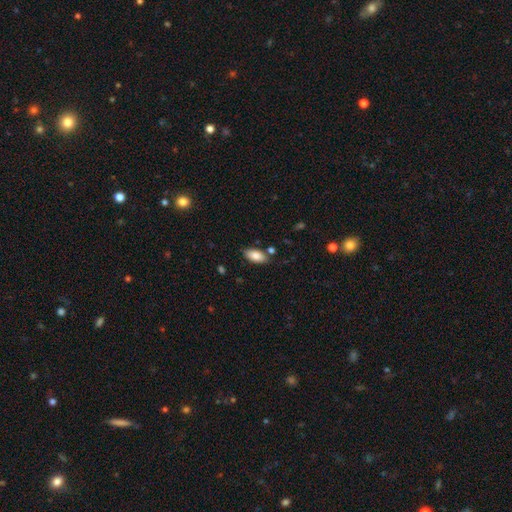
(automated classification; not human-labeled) Smooth or featured: smooth — 85% (featured or disk — 9%)
How rounded: in between — 91% (cigar-shaped — 7%)
Merging: none — 81% (minor disturbance — 12%)